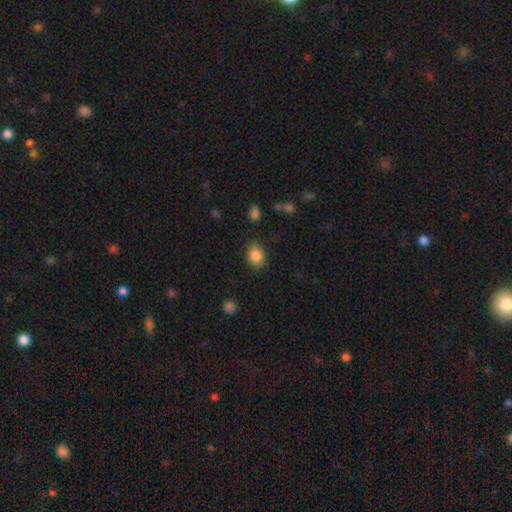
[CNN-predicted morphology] Smooth or featured? smooth (85%)
How rounded? in between (53%)
Merging? none (82%)